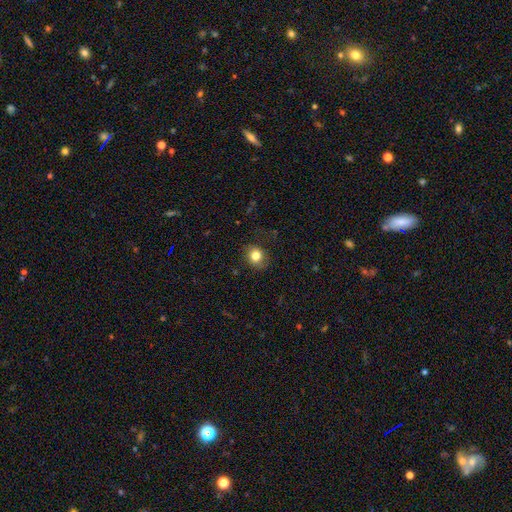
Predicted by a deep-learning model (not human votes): Smooth or featured: smooth — 81% (star or artifact — 11%)
How rounded: round — 71% (in between — 28%)
Merging: none — 78% (minor disturbance — 16%)